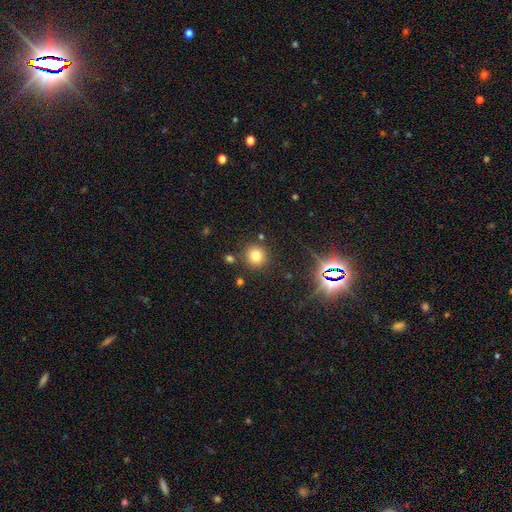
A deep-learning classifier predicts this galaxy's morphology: The model was most divided on "smooth or featured": smooth: 75%, star or artifact: 17%, featured or disk: 8%. More confident: how rounded — round (93%); merging — none (84%).